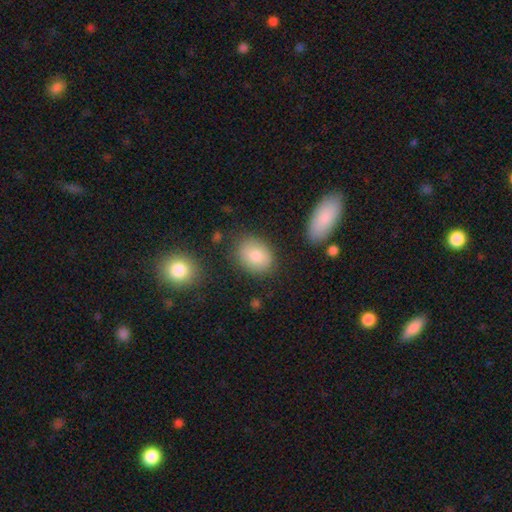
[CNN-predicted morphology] smooth 83%, featured or disk 10%, star or artifact 7%. Down the decision tree: how rounded — in between (69%); merging — none (81%).